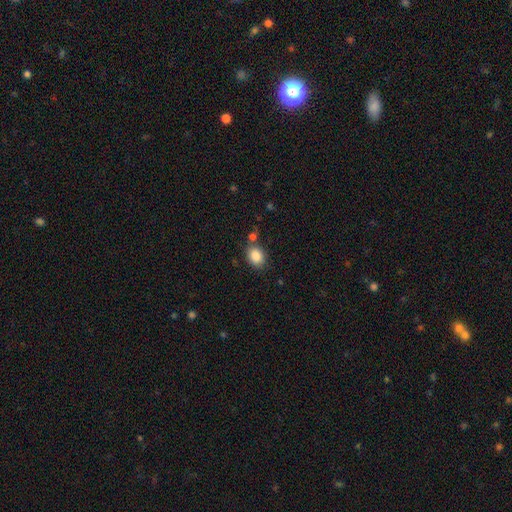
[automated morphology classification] Q: Smooth or featured?
A: smooth (87%); runner-up: star or artifact (8%)
Q: How rounded?
A: in between (61%); runner-up: round (38%)
Q: Merging?
A: none (71%); runner-up: minor disturbance (14%)